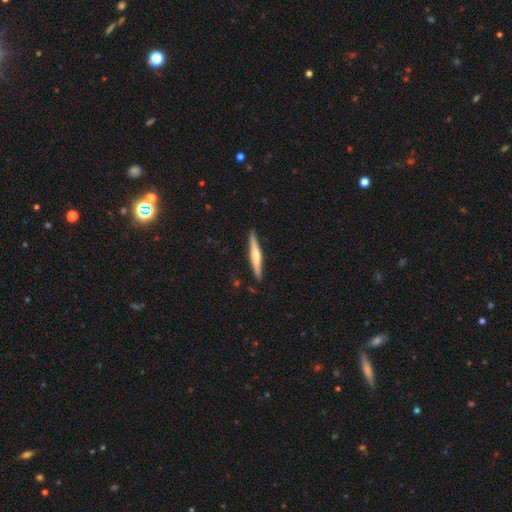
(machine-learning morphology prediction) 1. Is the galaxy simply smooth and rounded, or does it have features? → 56% featured or disk, 39% smooth, 5% star or artifact.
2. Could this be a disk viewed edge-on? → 97% yes, 3% no.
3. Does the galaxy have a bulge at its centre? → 74% rounded, 14% none, 12% boxy.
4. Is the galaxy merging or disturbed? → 88% none, 9% minor disturbance, 2% major disturbance, 1% merger.